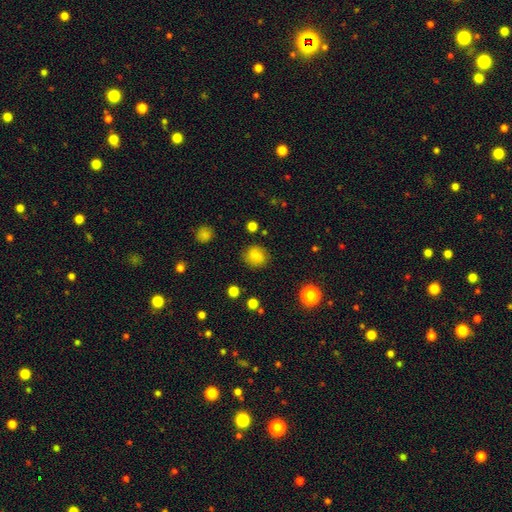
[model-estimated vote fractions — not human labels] The model was most divided on "how rounded": round: 78%, in between: 21%, cigar-shaped: 1%. More confident: merging — none (83%); smooth or featured — smooth (81%).